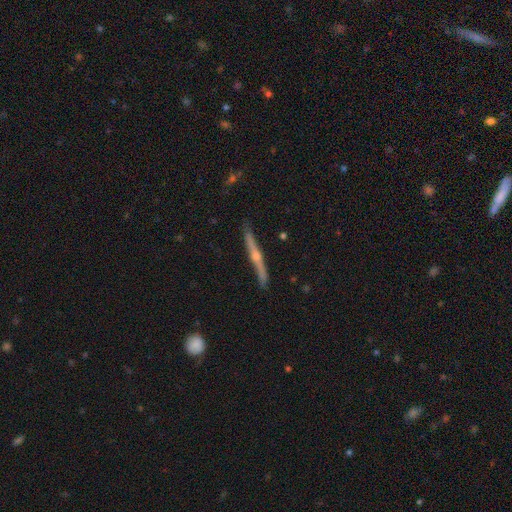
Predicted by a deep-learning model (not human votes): Overall: featured or disk (80%). Edge-on disk: yes (97%). Edge-on bulge: rounded (85%). Merging: none (87%).